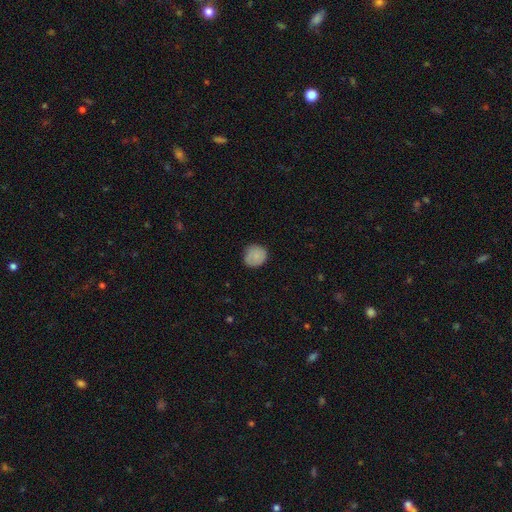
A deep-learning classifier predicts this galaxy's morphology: type=smooth (85%); roundness=round (87%); merging=none (81%).